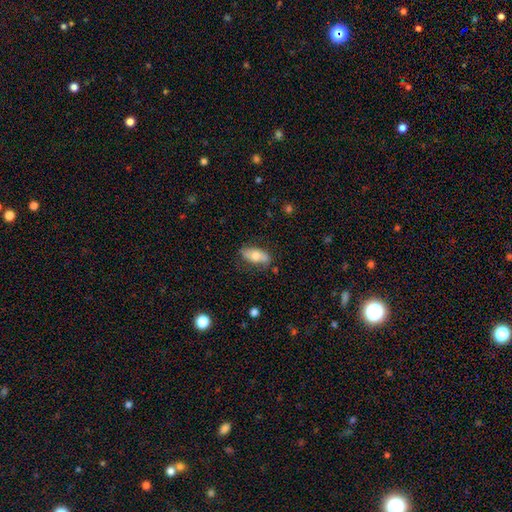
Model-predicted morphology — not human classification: smooth 65%, featured or disk 28%, star or artifact 6%. Down the decision tree: how rounded — in between (83%); merging — none (76%).